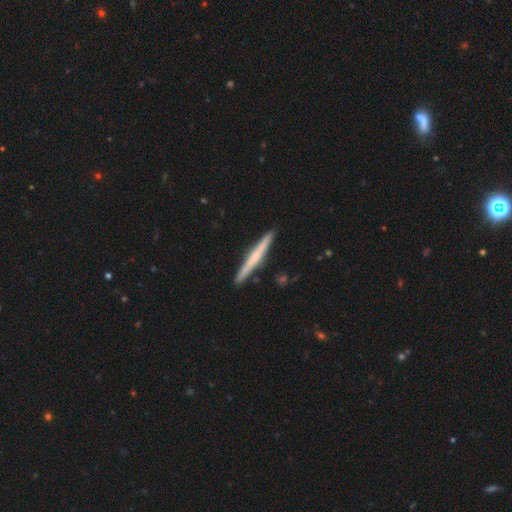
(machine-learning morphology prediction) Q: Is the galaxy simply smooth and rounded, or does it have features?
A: featured or disk — 56%.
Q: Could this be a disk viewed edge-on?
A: yes — 98%.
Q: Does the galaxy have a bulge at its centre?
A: rounded — 45%.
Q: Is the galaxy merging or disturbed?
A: none — 90%.